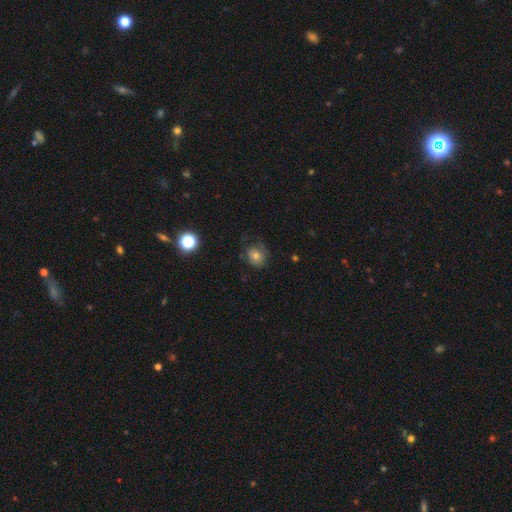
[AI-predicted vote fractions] smooth_or_featured: smooth (p=0.70) [alt: featured or disk p=0.17]
how_rounded: round (p=0.71) [alt: in between p=0.28]
merging: none (p=0.64) [alt: minor disturbance p=0.24]